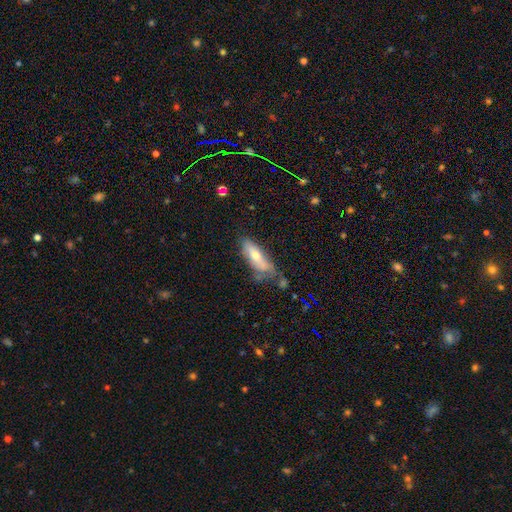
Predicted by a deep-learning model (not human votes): Overall: smooth (54%; featured or disk 38%). How rounded: in between (53%; cigar-shaped 45%). Merging: none (53%; minor disturbance 29%).